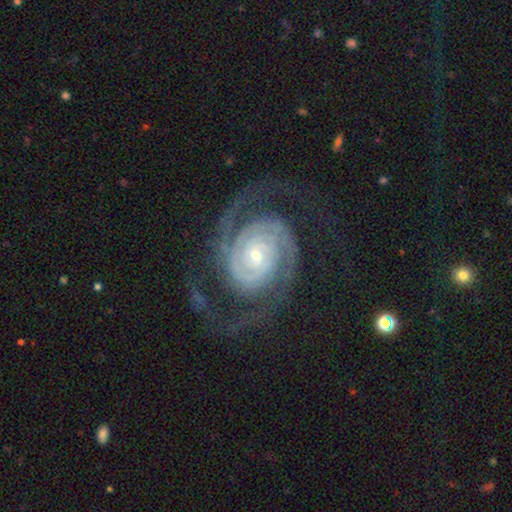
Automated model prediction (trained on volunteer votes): Overall: featured or disk (92%). Edge-on disk: no (98%). Bar: no (67%). Spiral arms: yes (99%). Spiral arm count: 2 (82%). Spiral winding: tight (65%; medium 29%). Bulge size: small (67%; moderate 28%). Merging: none (73%).